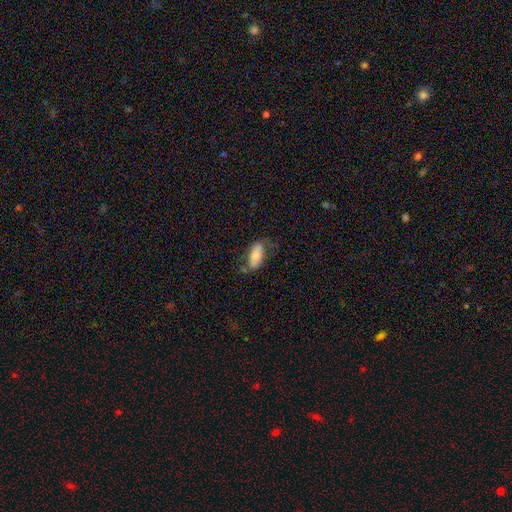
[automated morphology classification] This appears to be a smooth galaxy with no disk features (59%) that is in between round and cigar-shaped (87%). Merging: none (58%).